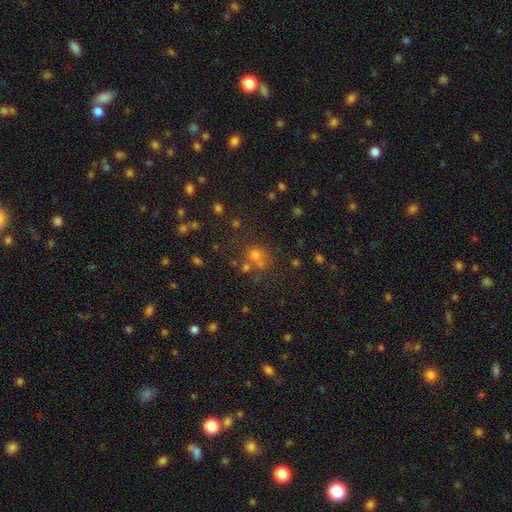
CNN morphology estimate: smooth-or-featured: smooth: 58% | star or artifact: 31% | featured or disk: 11%
  how-rounded: round: 79% | in between: 19% | cigar-shaped: 1%
  merging: none: 58% | merger: 23% | minor disturbance: 12% | major disturbance: 6%